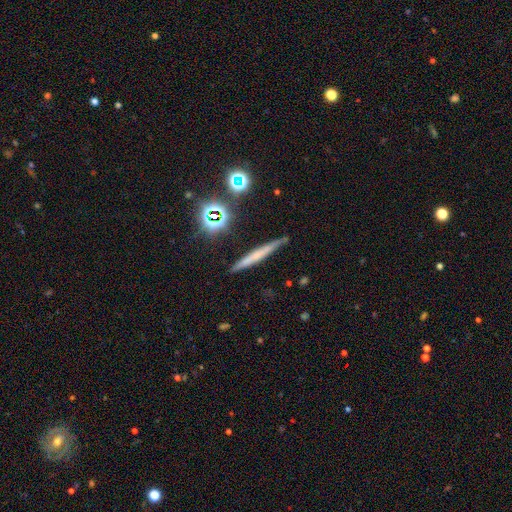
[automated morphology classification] Q: Smooth or featured?
A: smooth (46%); runner-up: featured or disk (38%)
Q: Merging?
A: none (86%); runner-up: minor disturbance (10%)